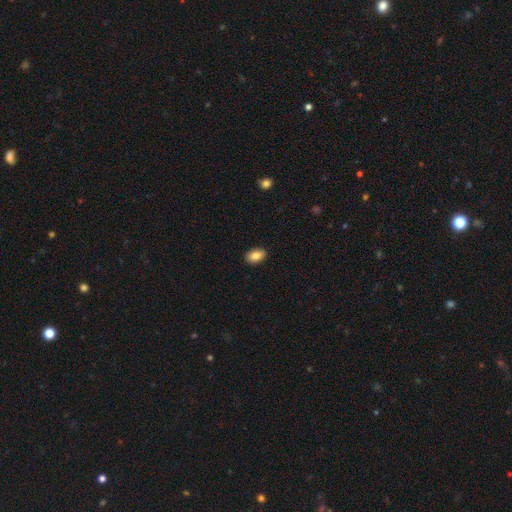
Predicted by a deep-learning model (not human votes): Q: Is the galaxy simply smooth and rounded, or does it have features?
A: smooth — 85%.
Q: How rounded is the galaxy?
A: in between — 90%.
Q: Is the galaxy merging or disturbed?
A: none — 90%.